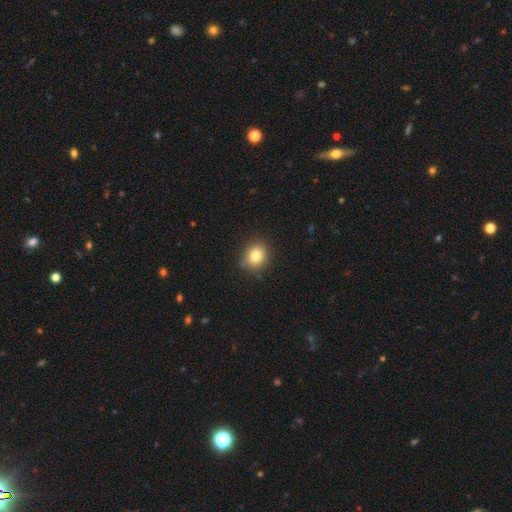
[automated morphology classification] A smooth galaxy with no disk features (81%) that is round (74%).

Vote fractions:
- Smooth or featured? smooth: 81% / star or artifact: 11% / featured or disk: 8%
- How rounded? round: 74% / in between: 25% / cigar-shaped: 1%
- Merging? none: 85% / minor disturbance: 11% / major disturbance: 3% / merger: 1%